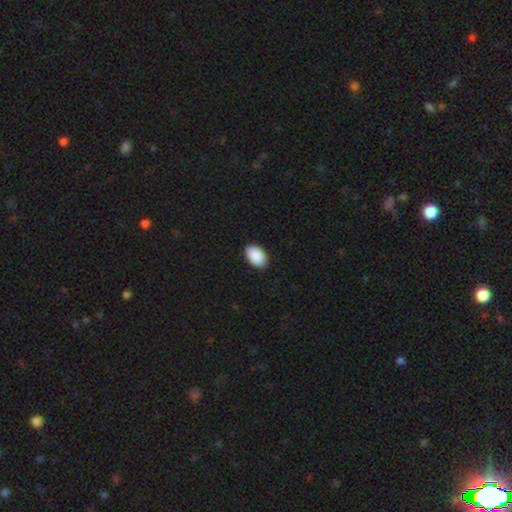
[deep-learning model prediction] smooth 91%, star or artifact 6%, featured or disk 3%. Down the decision tree: how rounded — in between (92%); merging — none (88%).